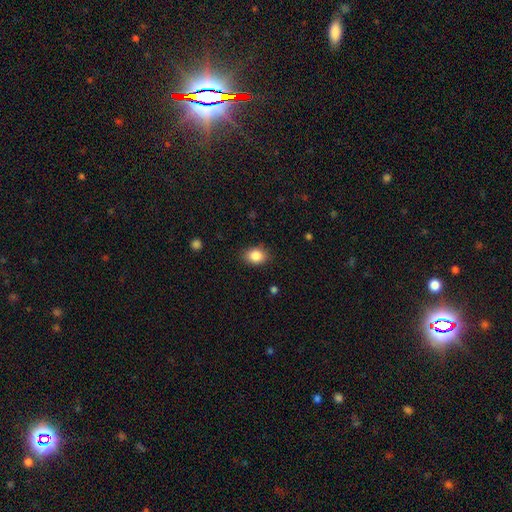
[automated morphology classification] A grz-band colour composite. It shows a smooth galaxy with no disk features (86%) that is in between round and cigar-shaped (68%). Merging: none (85%).